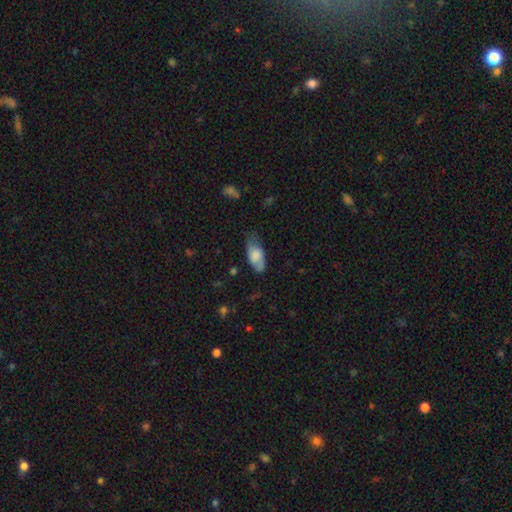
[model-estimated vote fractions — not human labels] Smooth or featured? Predicted: smooth (p=0.73). How rounded? Predicted: in between (p=0.89). Merging? Predicted: none (p=0.50).